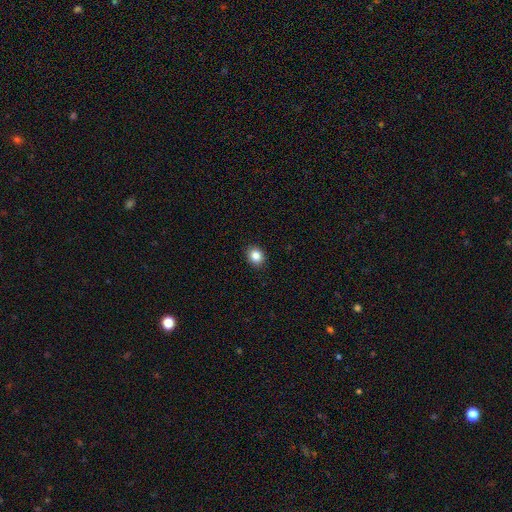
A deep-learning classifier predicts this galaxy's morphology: smooth 85%, star or artifact 10%, featured or disk 5%. Down the decision tree: how rounded — round (62%); merging — none (91%).